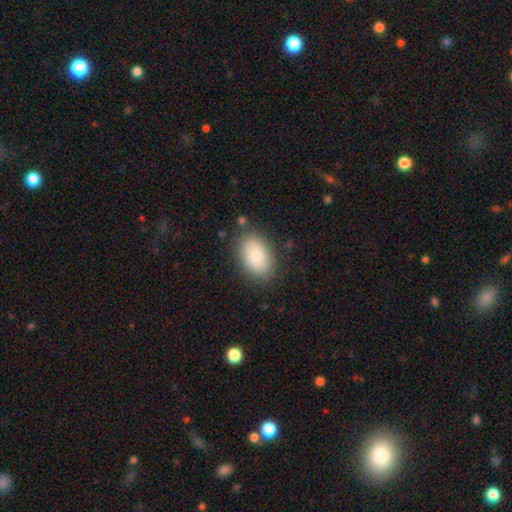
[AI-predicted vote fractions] This appears to be a smooth galaxy with no disk features (83%) that is in between round and cigar-shaped (89%). Merging: none (83%).